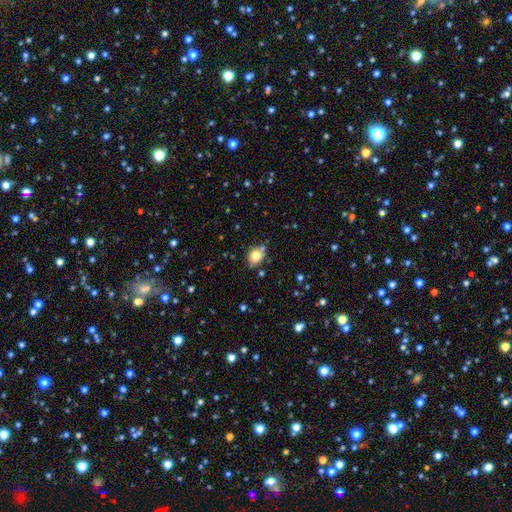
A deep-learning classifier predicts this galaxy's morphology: A smooth galaxy with no disk features (78%) that is round (57%). Merging: none (74%).